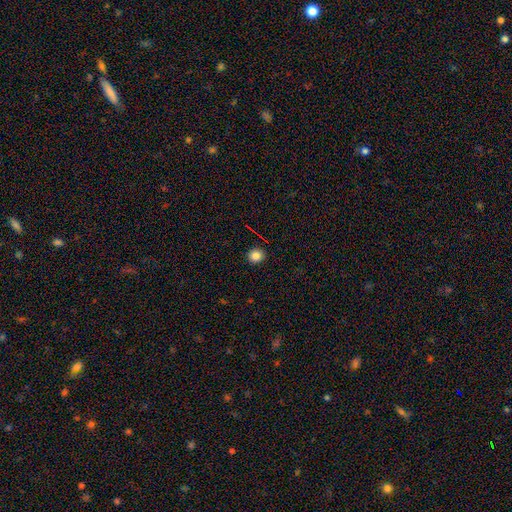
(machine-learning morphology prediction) This appears to be a smooth galaxy with no disk features (83%) that is round (88%). Merging: none (91%).